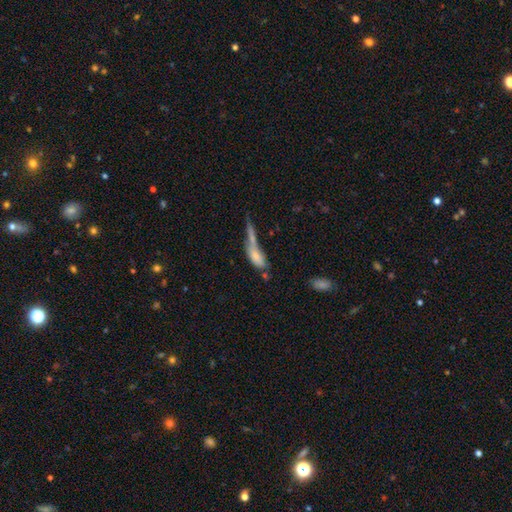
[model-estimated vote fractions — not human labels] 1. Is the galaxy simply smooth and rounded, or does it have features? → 70% smooth, 21% featured or disk, 9% star or artifact.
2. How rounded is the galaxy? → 62% in between, 34% cigar-shaped, 4% round.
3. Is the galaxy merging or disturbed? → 48% merger, 21% none, 16% major disturbance, 15% minor disturbance.